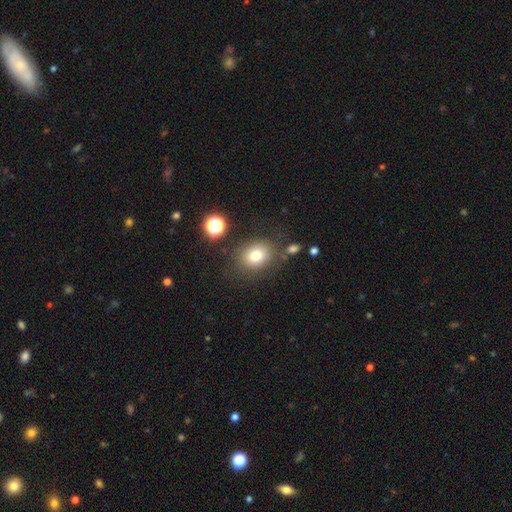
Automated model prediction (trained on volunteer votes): Q: Smooth or featured?
A: smooth (77%); runner-up: star or artifact (13%)
Q: How rounded?
A: round (57%); runner-up: in between (43%)
Q: Merging?
A: none (75%); runner-up: minor disturbance (13%)